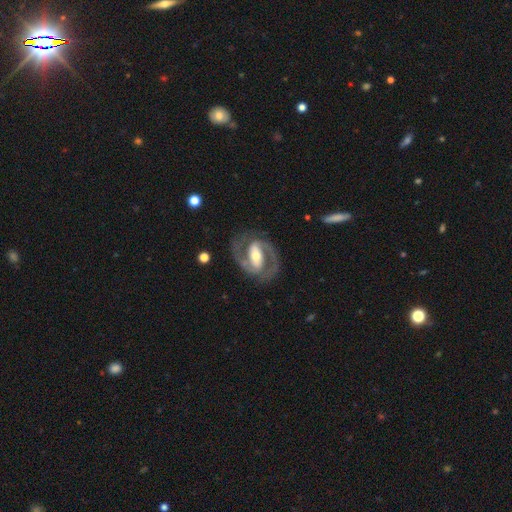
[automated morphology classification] Q: Smooth or featured?
A: featured or disk (89%); runner-up: smooth (7%)
Q: Edge-on disk?
A: no (97%); runner-up: yes (3%)
Q: Bar?
A: strong (58%); runner-up: weak (28%)
Q: Spiral arms?
A: yes (95%); runner-up: no (5%)
Q: Spiral winding?
A: medium (57%); runner-up: tight (32%)
Q: Spiral arm count?
A: 2 (92%); runner-up: can't tell (3%)
Q: Bulge size?
A: moderate (60%); runner-up: small (28%)
Q: Merging?
A: none (80%); runner-up: minor disturbance (12%)